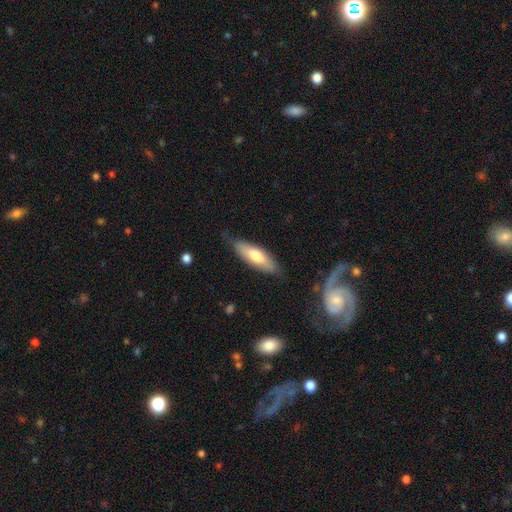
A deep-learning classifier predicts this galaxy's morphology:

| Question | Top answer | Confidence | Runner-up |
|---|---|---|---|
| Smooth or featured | smooth | 69% | featured or disk (26%) |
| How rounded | in between | 56% | cigar-shaped (43%) |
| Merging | none | 74% | minor disturbance (20%) |